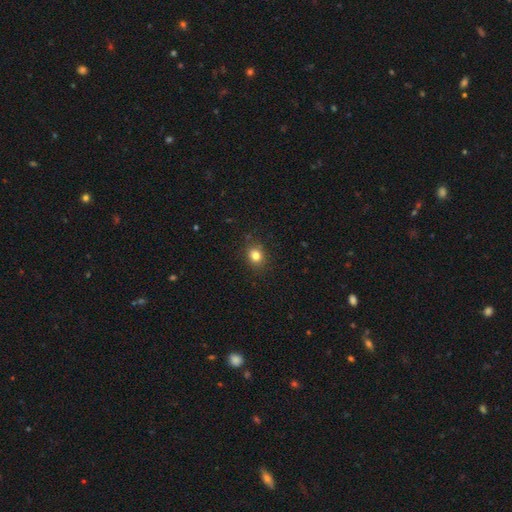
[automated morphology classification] The model was most divided on "how rounded": round: 68%, in between: 31%, cigar-shaped: 1%. More confident: merging — none (86%); smooth or featured — smooth (82%).